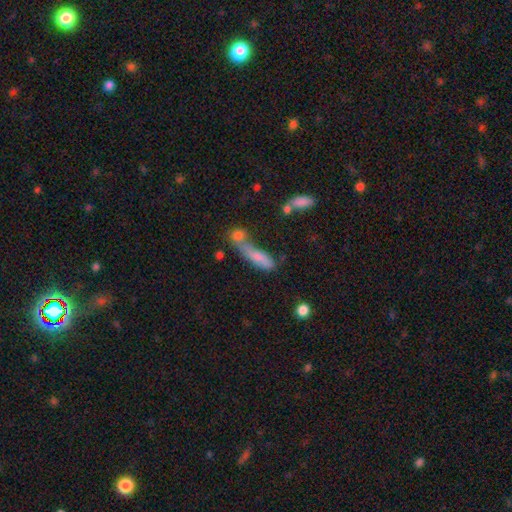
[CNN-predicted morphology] This appears to be a smooth galaxy with no disk features (66%) that is cigar-shaped (56%). Merging: merger (45%).